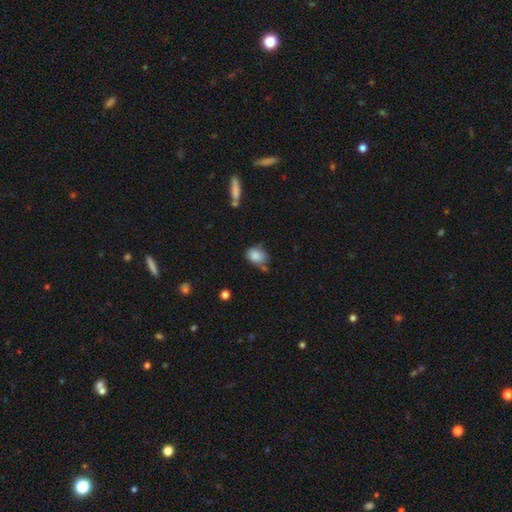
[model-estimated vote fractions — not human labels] Overall: smooth (84%). How rounded: in between (54%; round 44%). Merging: none (52%; minor disturbance 29%).